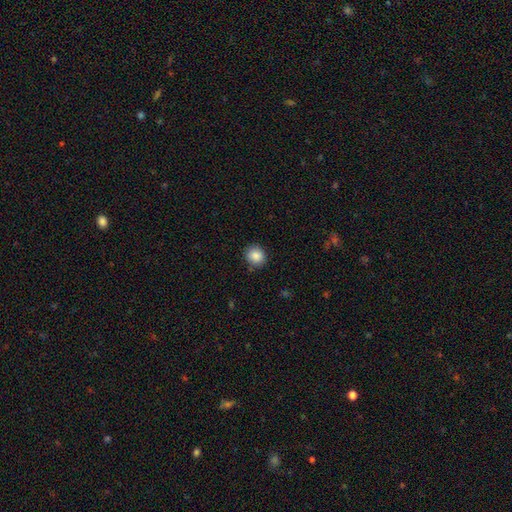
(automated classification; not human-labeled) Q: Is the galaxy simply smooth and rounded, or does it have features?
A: smooth — 87%.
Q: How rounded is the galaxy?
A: round — 84%.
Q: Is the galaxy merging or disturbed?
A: none — 87%.